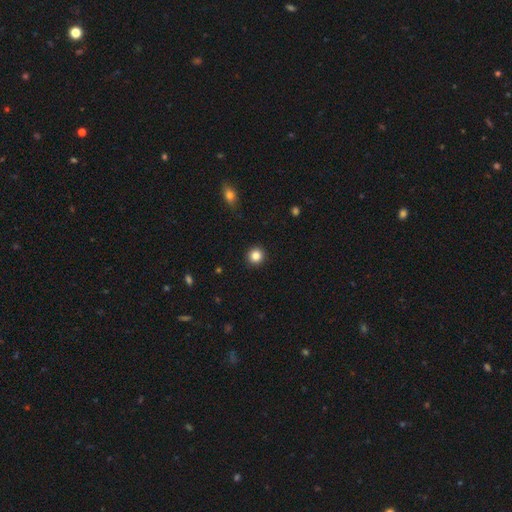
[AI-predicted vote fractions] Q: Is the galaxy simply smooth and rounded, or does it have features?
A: smooth — 85%.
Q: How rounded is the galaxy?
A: round — 94%.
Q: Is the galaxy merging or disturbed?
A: none — 92%.